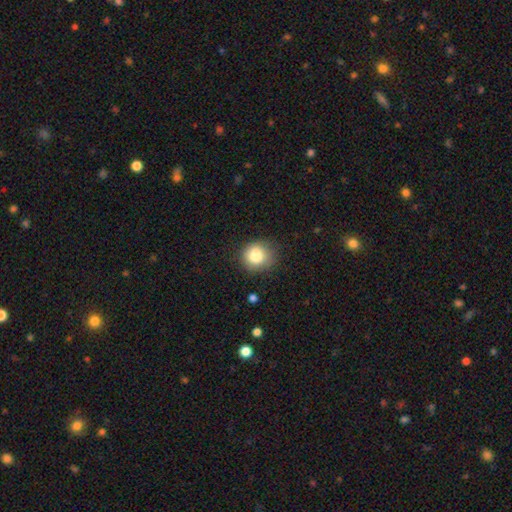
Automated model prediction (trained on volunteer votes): Smooth or featured: smooth — 82% (star or artifact — 10%)
How rounded: round — 81% (in between — 18%)
Merging: none — 77% (minor disturbance — 17%)